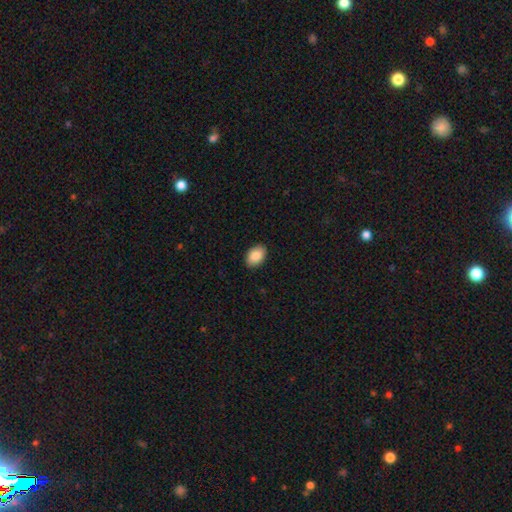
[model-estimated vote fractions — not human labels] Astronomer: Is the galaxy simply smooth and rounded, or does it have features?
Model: smooth — 88%.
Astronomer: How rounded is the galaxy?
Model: in between — 86%.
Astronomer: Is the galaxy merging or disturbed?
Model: none — 90%.